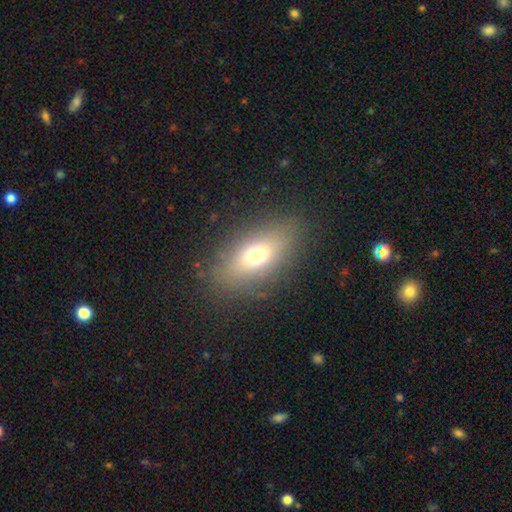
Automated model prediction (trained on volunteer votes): smooth-or-featured: smooth: 68% | featured or disk: 19% | star or artifact: 13%
  how-rounded: in between: 78% | round: 12% | cigar-shaped: 10%
  merging: none: 83% | minor disturbance: 10% | major disturbance: 5% | merger: 1%